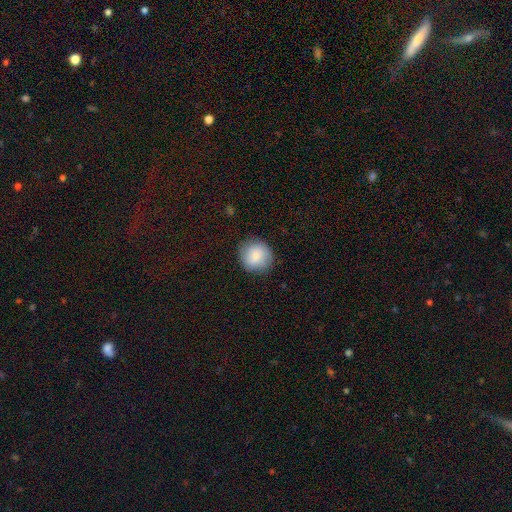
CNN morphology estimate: A smooth galaxy with no disk features (80%) that is round (90%). Merging: none (85%).